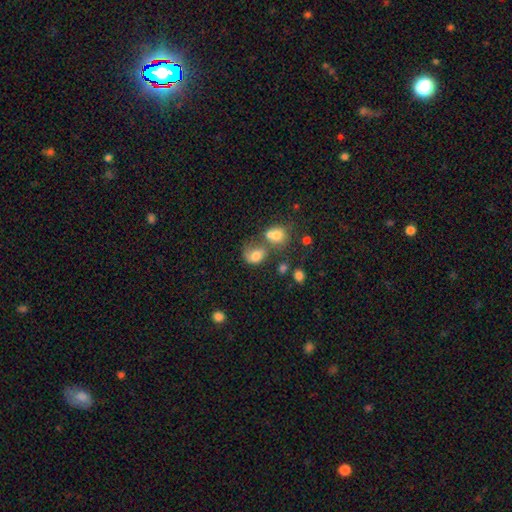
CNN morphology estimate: Smooth or featured? Predicted: smooth (p=0.70). How rounded? Predicted: in between (p=0.58). Merging? Predicted: merger (p=0.38).